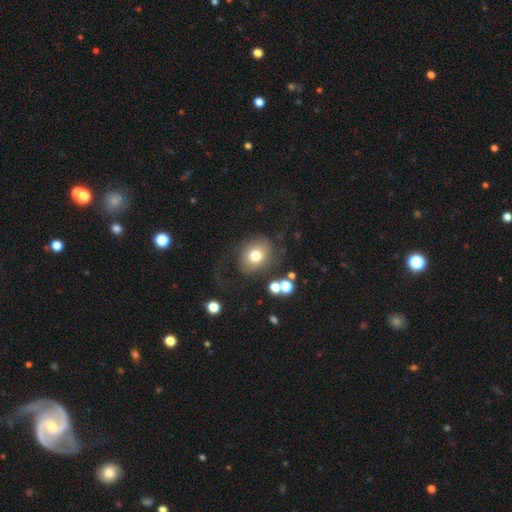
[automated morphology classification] This appears to be a smooth galaxy with no disk features (71%) that is round (55%). Merging: none (59%).